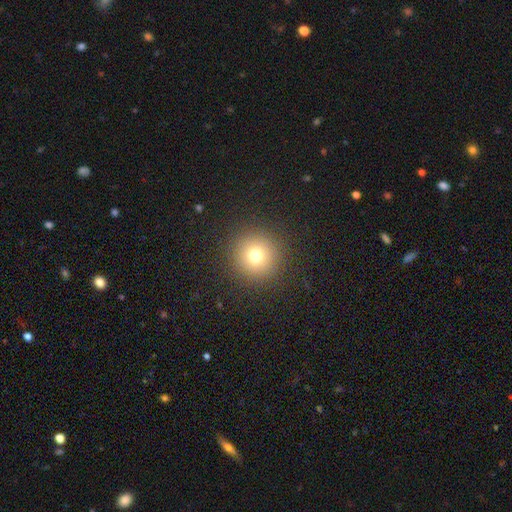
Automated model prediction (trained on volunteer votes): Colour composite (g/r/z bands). It shows a smooth galaxy with no disk features (73%) that is round (96%). Merging: none (91%).